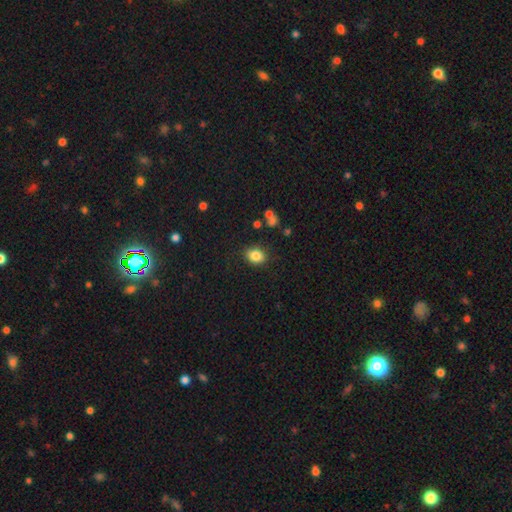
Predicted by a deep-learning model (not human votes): This appears to be a smooth galaxy with no disk features (84%) that is in between round and cigar-shaped (54%). Merging: none (85%).